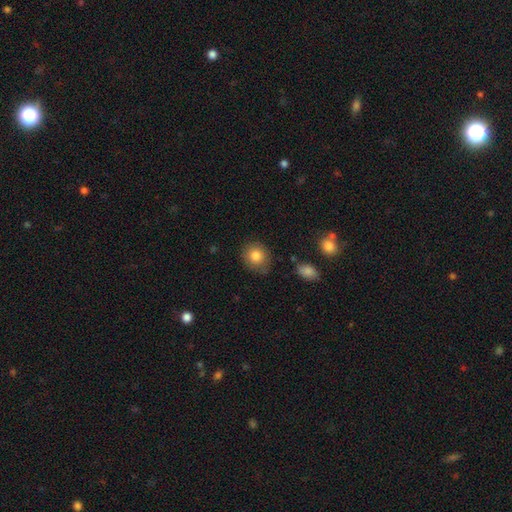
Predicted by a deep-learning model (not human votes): Morphology: type=smooth (83%); roundness=round (79%); merging=none (80%).